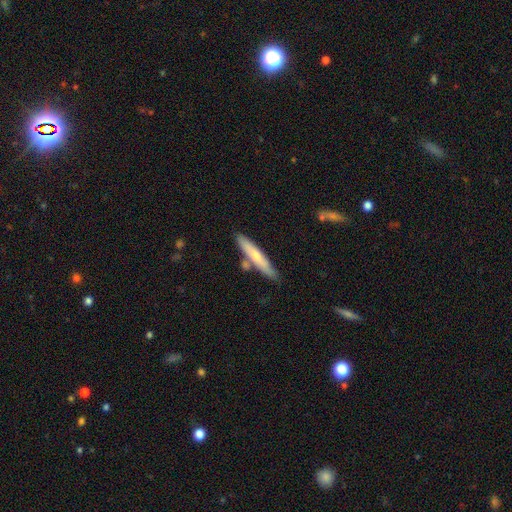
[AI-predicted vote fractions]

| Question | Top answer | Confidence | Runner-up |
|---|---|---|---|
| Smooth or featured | smooth | 58% | featured or disk (36%) |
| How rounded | cigar-shaped | 90% | in between (9%) |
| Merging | none | 74% | minor disturbance (13%) |